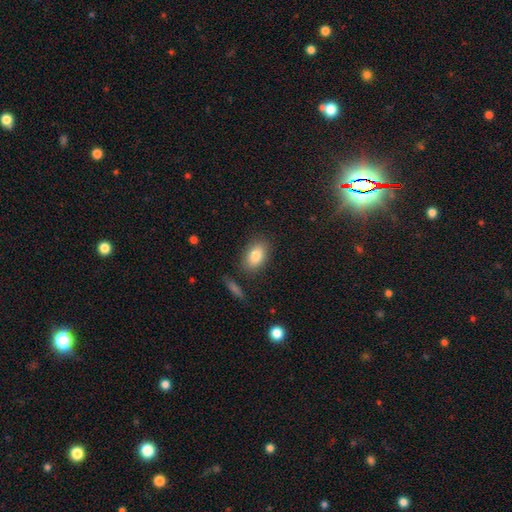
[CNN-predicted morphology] Overall: smooth (84%). How rounded: in between (87%). Merging: none (82%).